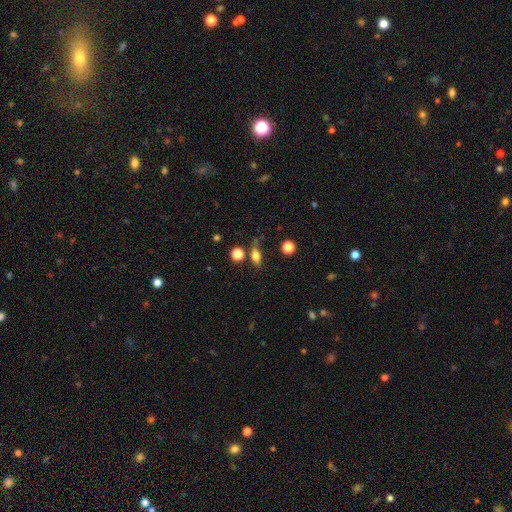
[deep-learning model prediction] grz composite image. It shows a smooth galaxy with no disk features (75%) that is in between round and cigar-shaped (74%). Merging: none (68%).